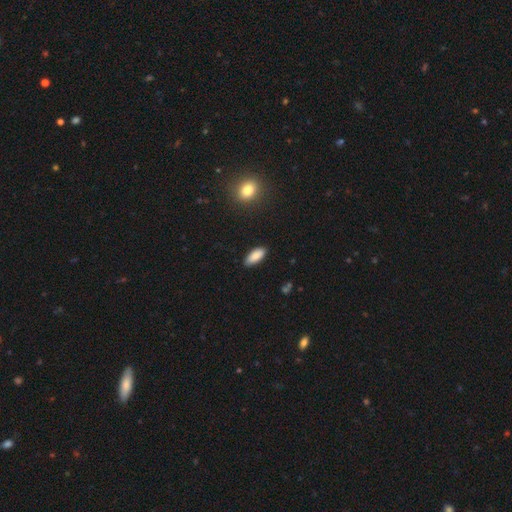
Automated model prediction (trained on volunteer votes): Overall: smooth (88%). How rounded: in between (82%). Merging: none (87%).